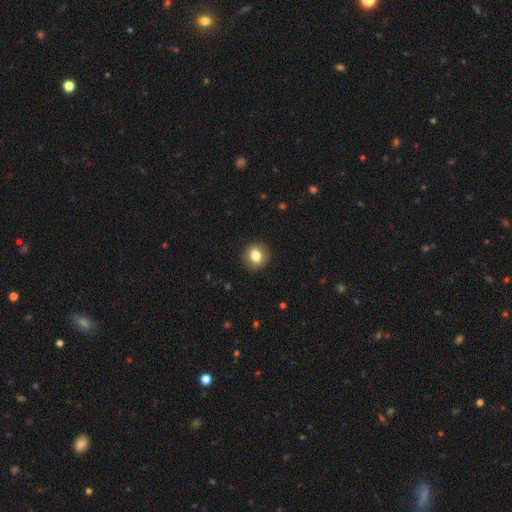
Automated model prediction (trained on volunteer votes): A smooth galaxy with no disk features (81%) that is round (83%). Merging: none (92%).